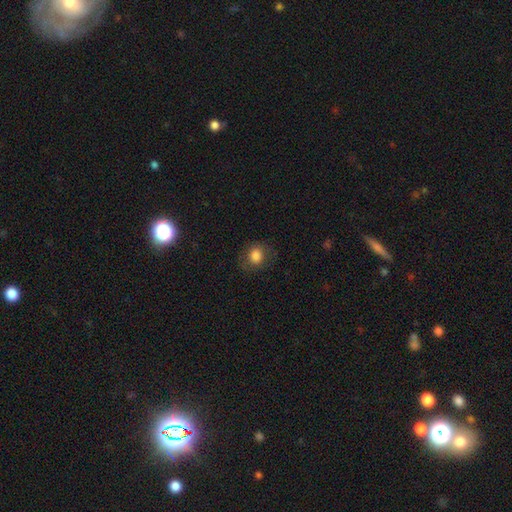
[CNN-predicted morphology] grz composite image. It shows a smooth galaxy with no disk features (83%) that is round (68%). Merging: none (79%).